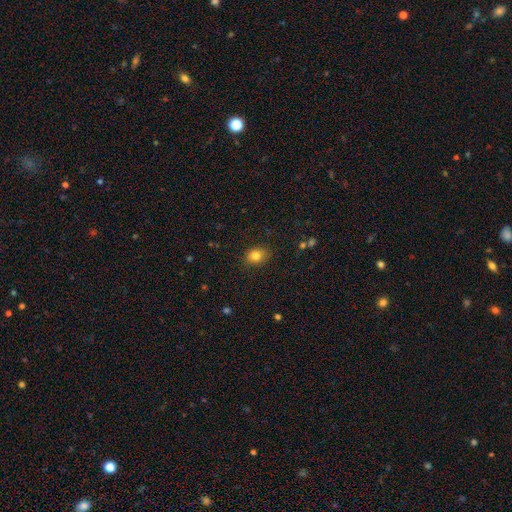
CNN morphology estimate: Q: Smooth or featured?
A: smooth (83%); runner-up: star or artifact (10%)
Q: How rounded?
A: in between (59%); runner-up: round (40%)
Q: Merging?
A: none (85%); runner-up: minor disturbance (11%)